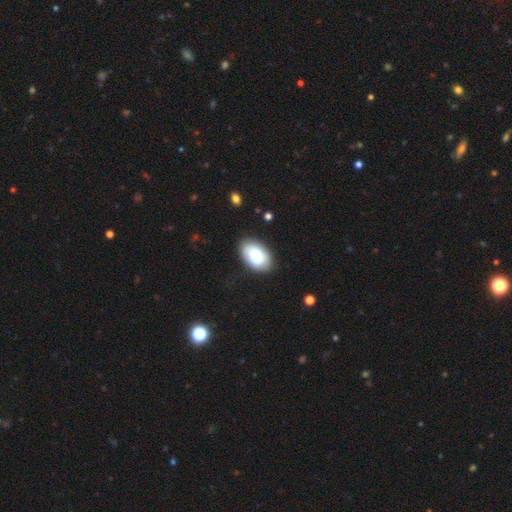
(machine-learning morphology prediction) Smooth or featured?
  - smooth: 72% *
  - featured or disk: 21%
  - star or artifact: 7%
How rounded?
  - in between: 91% *
  - round: 8%
  - cigar-shaped: 1%
Merging?
  - none: 79% *
  - minor disturbance: 15%
  - major disturbance: 4%
  - merger: 2%